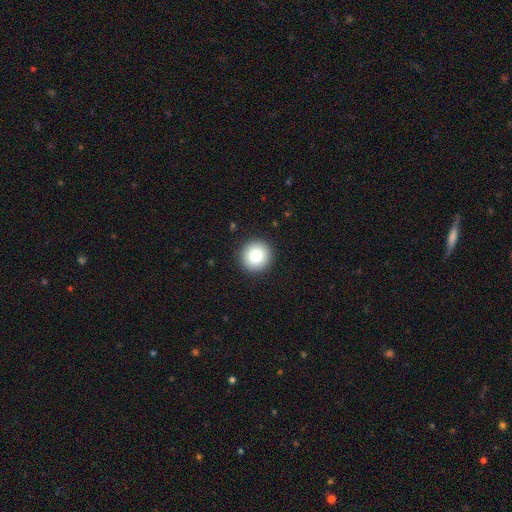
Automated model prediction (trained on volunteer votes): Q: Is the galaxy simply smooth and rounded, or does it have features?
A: smooth — 82%.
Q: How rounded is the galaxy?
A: round — 95%.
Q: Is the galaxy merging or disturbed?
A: none — 92%.